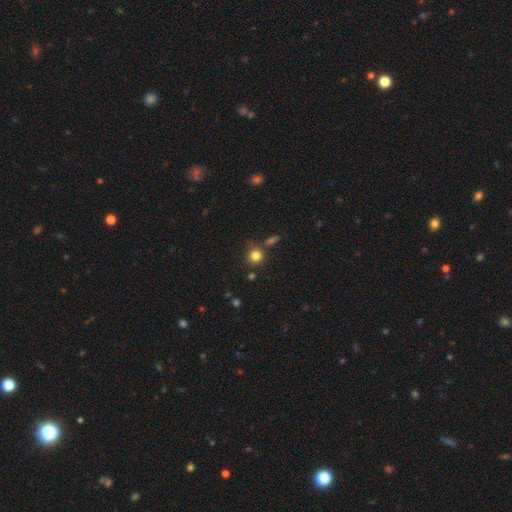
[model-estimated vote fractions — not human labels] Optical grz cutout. It shows a smooth galaxy with no disk features (81%) that is round (90%). Merging: none (76%).